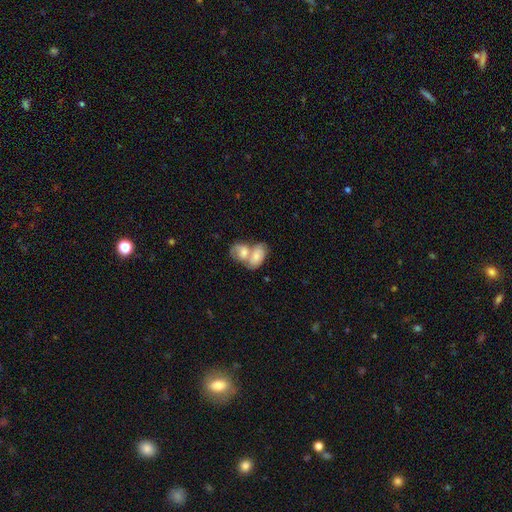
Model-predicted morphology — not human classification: The model was most divided on "smooth or featured": smooth: 62%, featured or disk: 31%, star or artifact: 7%. More confident: how rounded — in between (86%); merging — merger (77%).